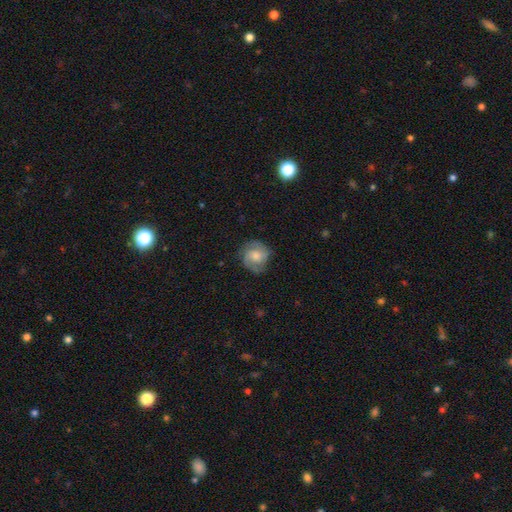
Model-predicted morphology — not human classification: type=featured or disk (55%); edge-on=no (98%); bar=no (64%); spiral arms=yes (89%); bulge=moderate (45%); merging=none (72%).